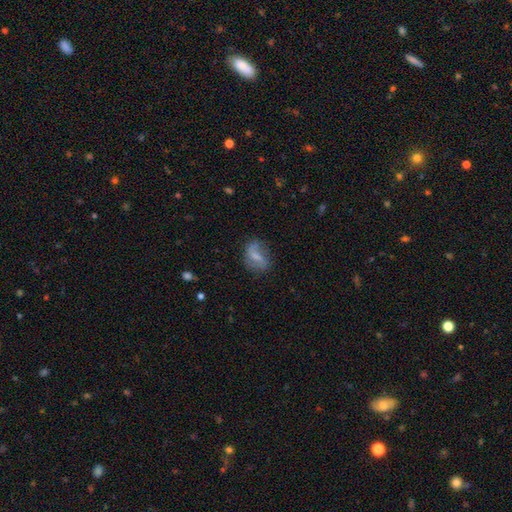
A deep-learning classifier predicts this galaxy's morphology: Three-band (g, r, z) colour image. It shows a featured or disk galaxy (49%). Merging: none (59%).